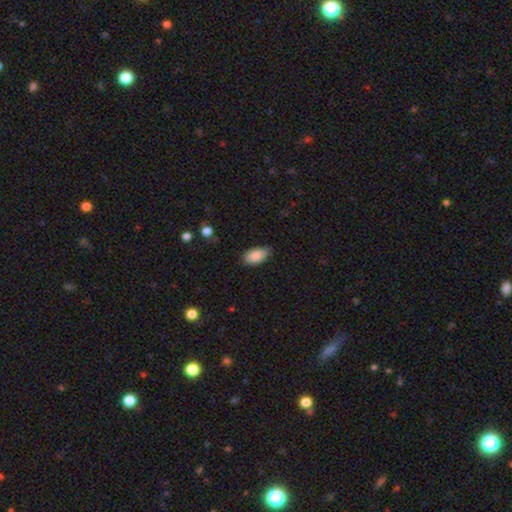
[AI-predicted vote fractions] A smooth galaxy with no disk features (88%) that is in between round and cigar-shaped (93%).

Vote fractions:
- Smooth or featured? smooth: 88% / star or artifact: 7% / featured or disk: 5%
- How rounded? in between: 93% / cigar-shaped: 4% / round: 3%
- Merging? none: 78% / minor disturbance: 18% / major disturbance: 3% / merger: 1%